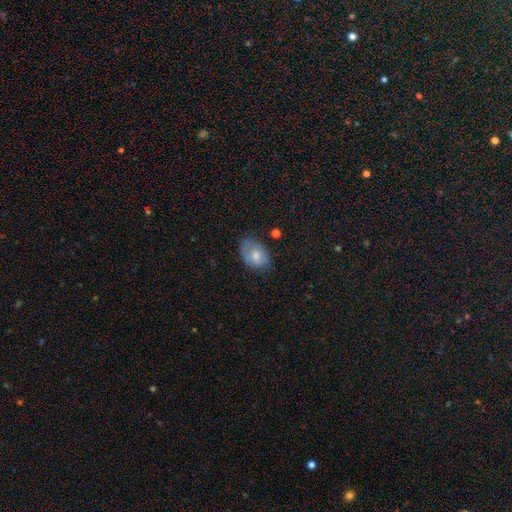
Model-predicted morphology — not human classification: smooth 70%, featured or disk 23%, star or artifact 7%. Down the decision tree: how rounded — in between (85%); merging — none (66%).